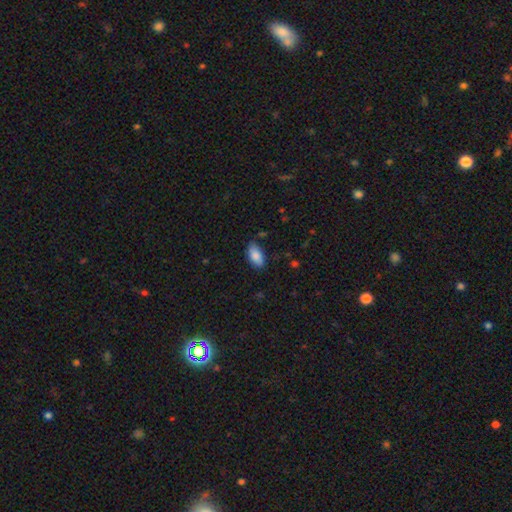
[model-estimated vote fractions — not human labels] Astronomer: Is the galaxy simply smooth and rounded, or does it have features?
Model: smooth — 85%.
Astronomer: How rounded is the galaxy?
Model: in between — 94%.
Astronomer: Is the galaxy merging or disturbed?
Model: none — 78%.